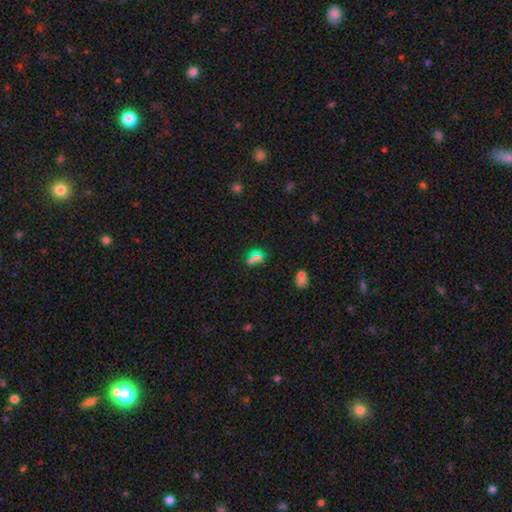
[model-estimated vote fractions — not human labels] smooth 47%, star or artifact 42%, featured or disk 11%. Down the decision tree: merging — none (74%).